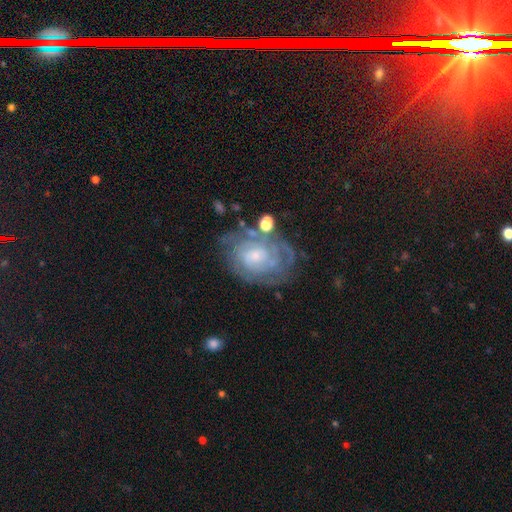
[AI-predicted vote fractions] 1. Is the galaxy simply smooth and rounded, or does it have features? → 78% featured or disk, 15% smooth, 7% star or artifact.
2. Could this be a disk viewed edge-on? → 97% no, 3% yes.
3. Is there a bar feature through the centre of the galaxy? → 71% no, 25% weak, 4% strong.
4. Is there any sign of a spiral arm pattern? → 85% yes, 15% no.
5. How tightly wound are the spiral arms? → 68% tight, 24% medium, 8% loose.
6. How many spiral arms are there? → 54% can't tell, 15% 2, 12% 3, 9% 4, 5% more than 4, 5% 1.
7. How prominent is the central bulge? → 63% small, 28% moderate, 5% none, 3% large, 1% dominant.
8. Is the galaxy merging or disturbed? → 60% none, 21% minor disturbance, 12% major disturbance, 6% merger.